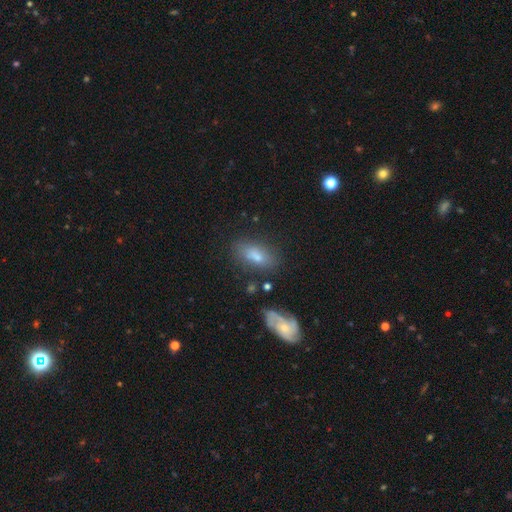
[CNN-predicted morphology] smooth 60%, featured or disk 28%, star or artifact 12%. Down the decision tree: how rounded — in between (83%); merging — none (70%).